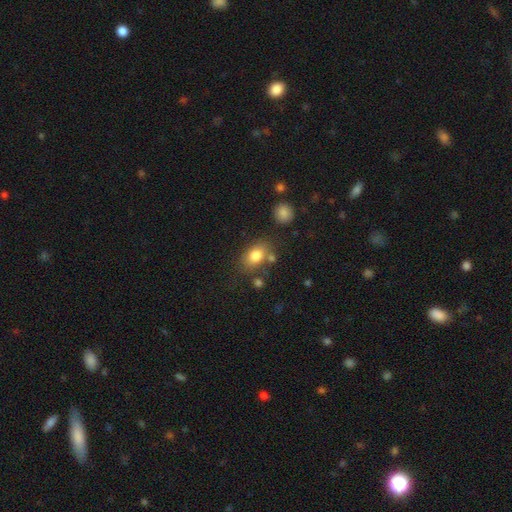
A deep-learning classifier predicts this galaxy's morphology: A smooth galaxy with no disk features (81%) that is in between round and cigar-shaped (77%).

Vote fractions:
- Smooth or featured? smooth: 81% / featured or disk: 10% / star or artifact: 9%
- How rounded? in between: 77% / round: 22% / cigar-shaped: 2%
- Merging? none: 68% / minor disturbance: 16% / merger: 10% / major disturbance: 6%